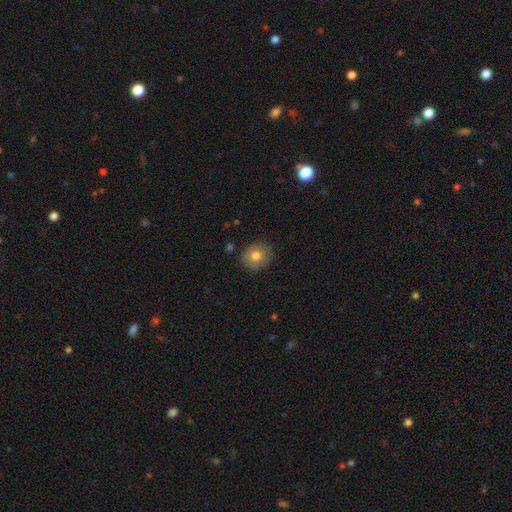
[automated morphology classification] smooth 75%, featured or disk 16%, star or artifact 9%. Down the decision tree: how rounded — round (82%); merging — none (86%).